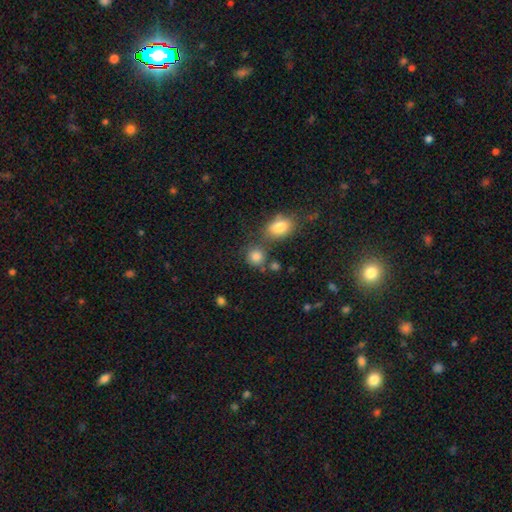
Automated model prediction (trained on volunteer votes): Q: Smooth or featured?
A: smooth (83%); runner-up: star or artifact (11%)
Q: How rounded?
A: round (82%); runner-up: in between (17%)
Q: Merging?
A: none (65%); runner-up: merger (18%)